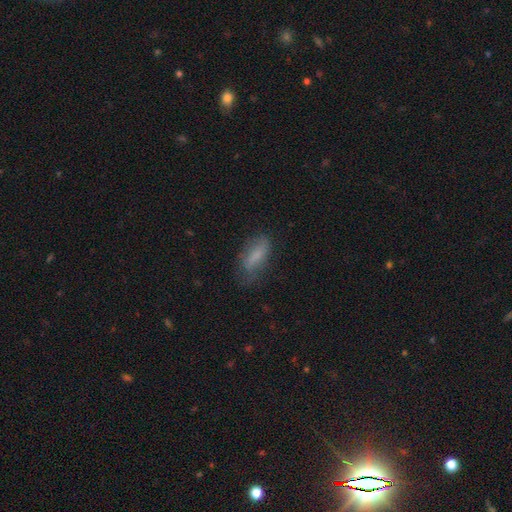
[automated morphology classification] This is likely a smooth galaxy (71%). How rounded: likely in between (68%). Merging: possibly none (59%).